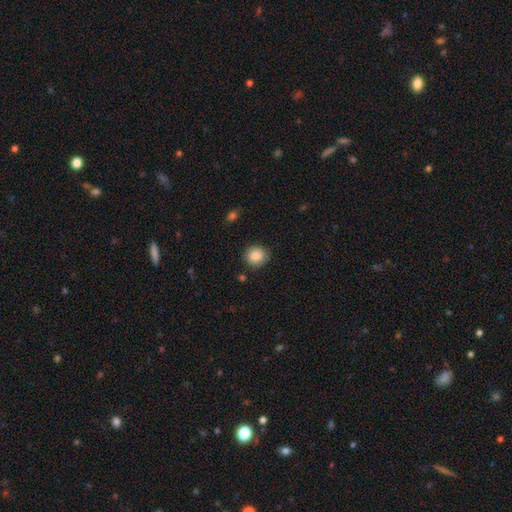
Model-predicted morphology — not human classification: A smooth galaxy with no disk features (88%) that is round (85%). Merging: none (84%).